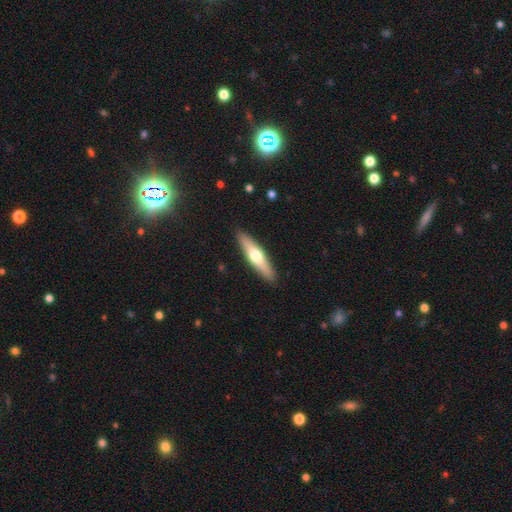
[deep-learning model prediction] Morphology: type=smooth (53%); roundness=cigar-shaped (79%); merging=none (90%).